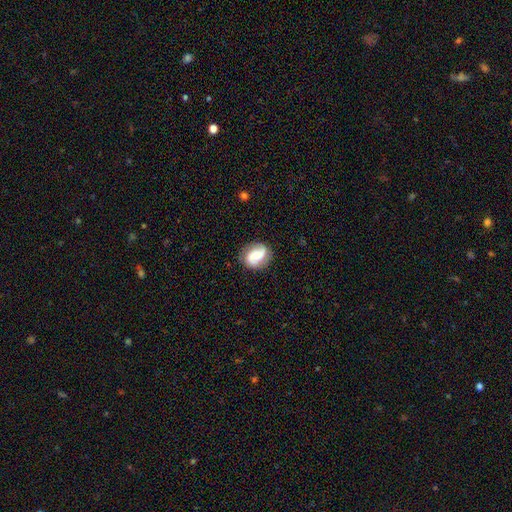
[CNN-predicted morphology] The model was most divided on "bulge size": small: 35%, moderate: 34%, large: 14%, none: 13%, dominant: 5%. Remaining: edge-on disk — no (98%); spiral arms — yes (92%); spiral arm count — 2 (83%); merging — none (77%); smooth or featured — featured or disk (62%); bar — no (43%); spiral winding — medium (41%).